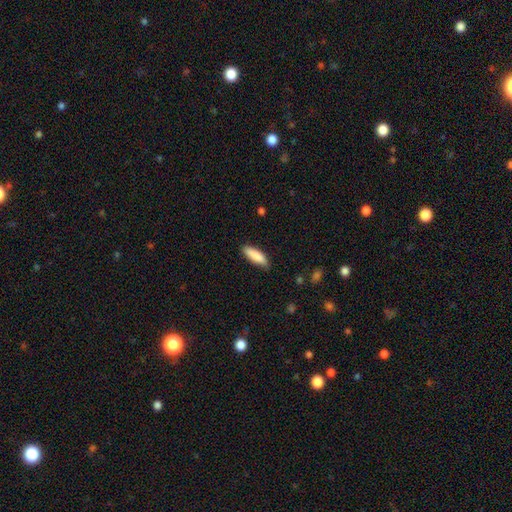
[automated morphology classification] A smooth galaxy with no disk features (87%) that is cigar-shaped (50%).

Vote fractions:
- Smooth or featured? smooth: 87% / featured or disk: 7% / star or artifact: 6%
- How rounded? cigar-shaped: 50% / in between: 49% / round: 1%
- Merging? none: 82% / minor disturbance: 14% / major disturbance: 2% / merger: 1%